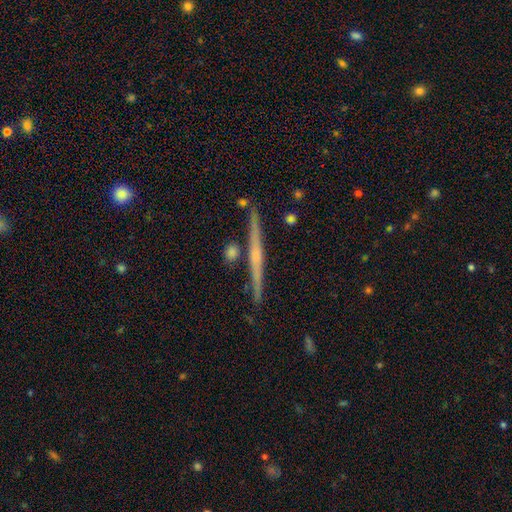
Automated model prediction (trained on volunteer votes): This is likely a featured or disk galaxy (69%). It is clearly viewed edge-on (98%). Edge-on bulge: possibly none (59%). Merging: clearly none (89%).